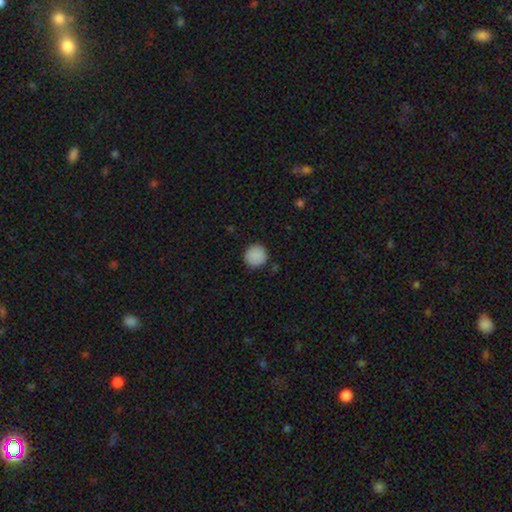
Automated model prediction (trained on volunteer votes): This is clearly a smooth galaxy (88%). How rounded: clearly round (93%). Merging: clearly none (87%).